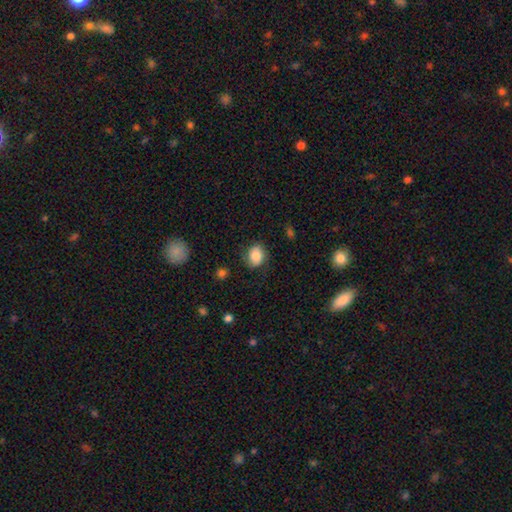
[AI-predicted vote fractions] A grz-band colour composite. It shows a smooth galaxy with no disk features (79%) that is in between round and cigar-shaped (59%). Merging: none (72%).